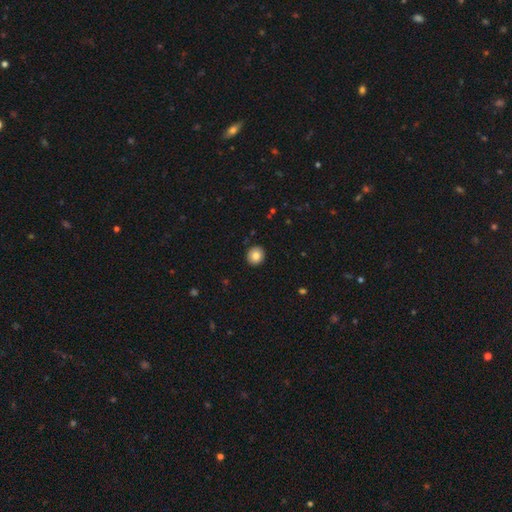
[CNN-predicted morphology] The model was most divided on "smooth or featured": smooth: 83%, featured or disk: 9%, star or artifact: 9%. More confident: merging — none (92%); how rounded — round (88%).